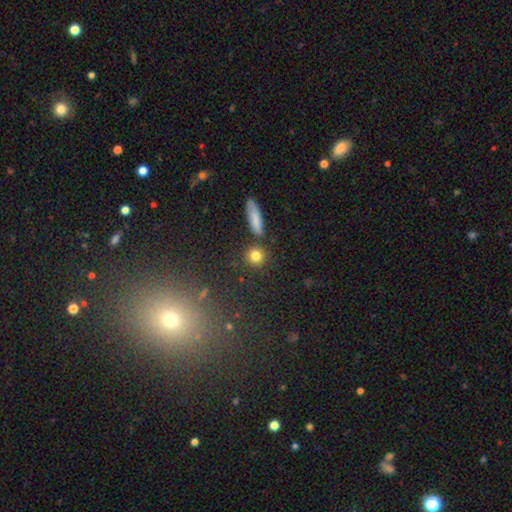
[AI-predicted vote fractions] Smooth or featured? Predicted: smooth (p=0.81). How rounded? Predicted: round (p=0.87). Merging? Predicted: none (p=0.84).